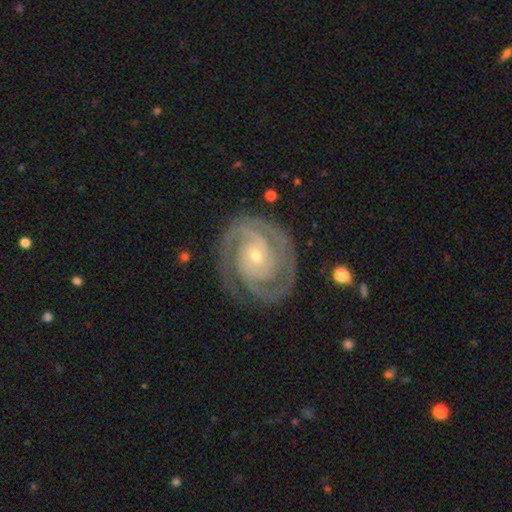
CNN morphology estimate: Smooth or featured? featured or disk (91%)
Edge-on disk? no (97%)
Bar? no (70%)
Spiral arms? yes (98%)
Spiral winding? tight (75%)
Spiral arm count? 2 (67%)
Bulge size? small (69%)
Merging? none (79%)